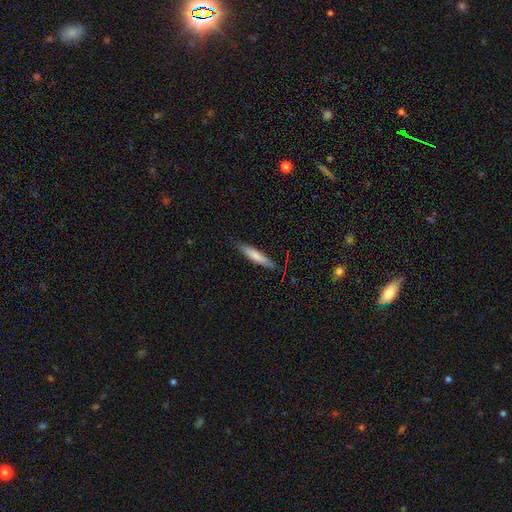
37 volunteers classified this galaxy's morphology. smooth 62%, featured or disk 30%, star or artifact 8%. Down the decision tree: how rounded — cigar-shaped (83%); merging — none (88%).